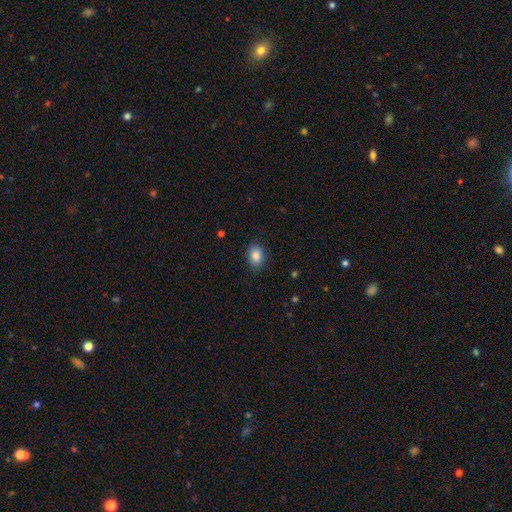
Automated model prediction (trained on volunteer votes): Q: Smooth or featured?
A: smooth (85%); runner-up: star or artifact (9%)
Q: How rounded?
A: in between (69%); runner-up: round (30%)
Q: Merging?
A: none (84%); runner-up: minor disturbance (12%)